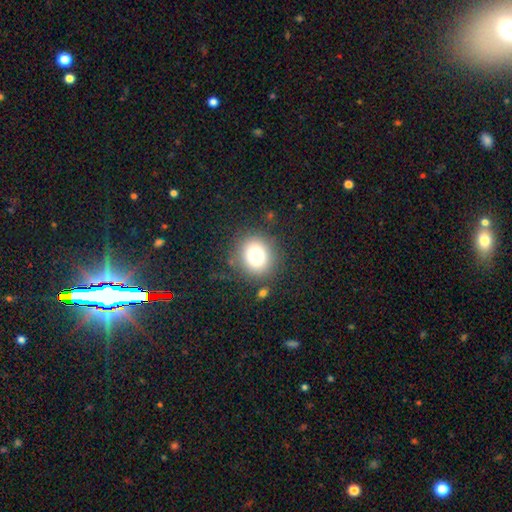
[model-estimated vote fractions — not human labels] smooth-or-featured: smooth: 77% | star or artifact: 13% | featured or disk: 10%
  how-rounded: round: 81% | in between: 18% | cigar-shaped: 1%
  merging: none: 82% | minor disturbance: 10% | major disturbance: 5% | merger: 3%